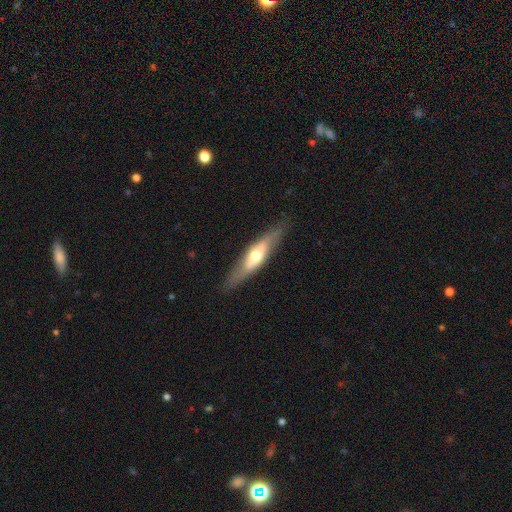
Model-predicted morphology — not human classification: smooth_or_featured: featured or disk (p=0.54) [alt: smooth p=0.41]
disk_edge_on: yes (p=0.70) [alt: no p=0.30]
merging: none (p=0.83) [alt: minor disturbance p=0.12]